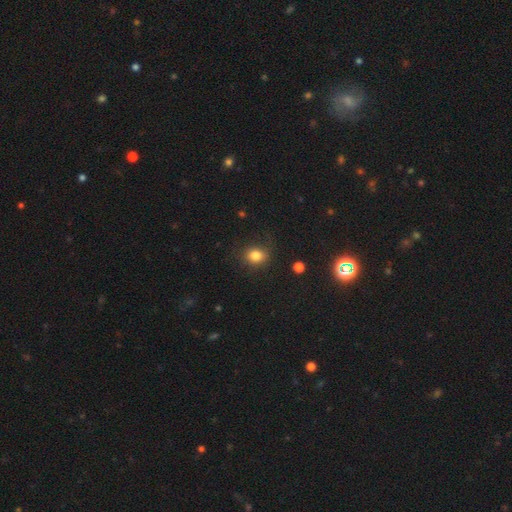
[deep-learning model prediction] smooth_or_featured: smooth (p=0.82) [alt: star or artifact p=0.12]
how_rounded: round (p=0.62) [alt: in between p=0.37]
merging: none (p=0.77) [alt: minor disturbance p=0.16]